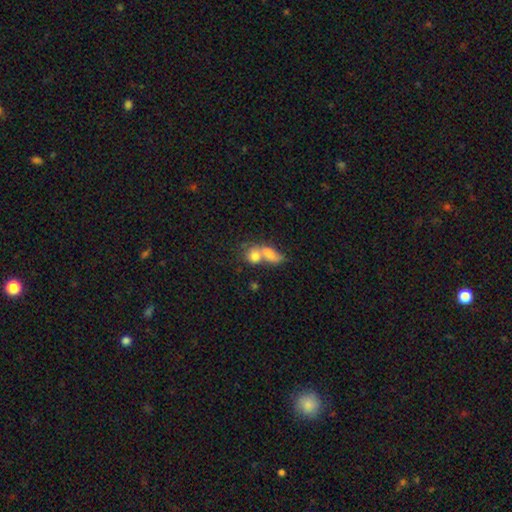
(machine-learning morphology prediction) The model was most divided on "how rounded": in between: 53%, round: 42%, cigar-shaped: 5%. More confident: smooth or featured — smooth (75%); merging — merger (70%).